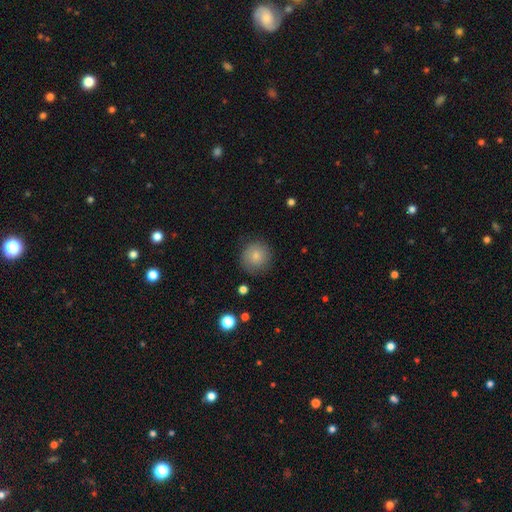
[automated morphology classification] This appears to be a smooth galaxy with no disk features (82%) that is round (93%). Merging: none (85%).